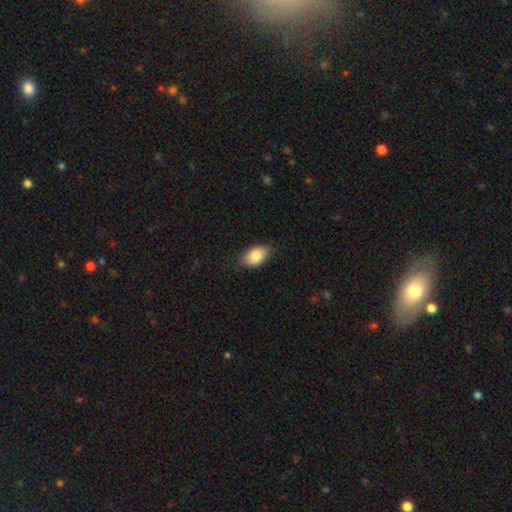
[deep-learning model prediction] Smooth or featured: smooth — 85% (featured or disk — 8%)
How rounded: in between — 88% (round — 10%)
Merging: none — 79% (minor disturbance — 17%)